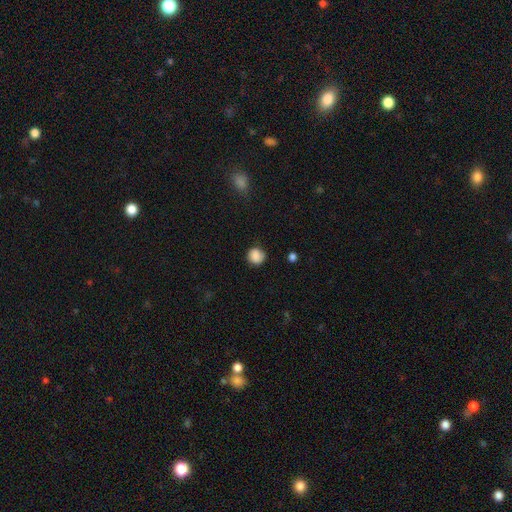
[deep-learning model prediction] smooth 82%, star or artifact 9%, featured or disk 8%. Down the decision tree: how rounded — round (85%); merging — none (73%).